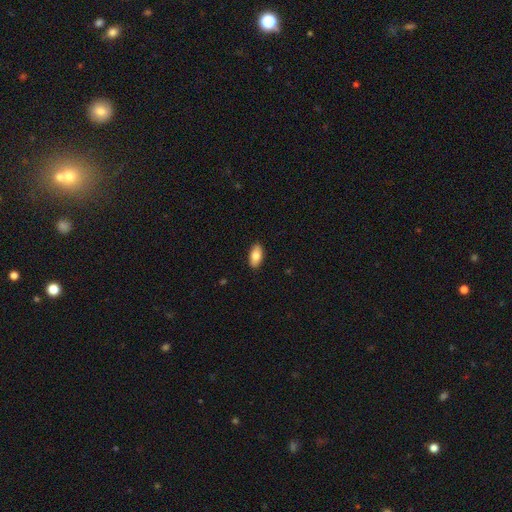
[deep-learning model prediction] Morphology: type=smooth (83%); roundness=in between (93%); merging=none (90%).